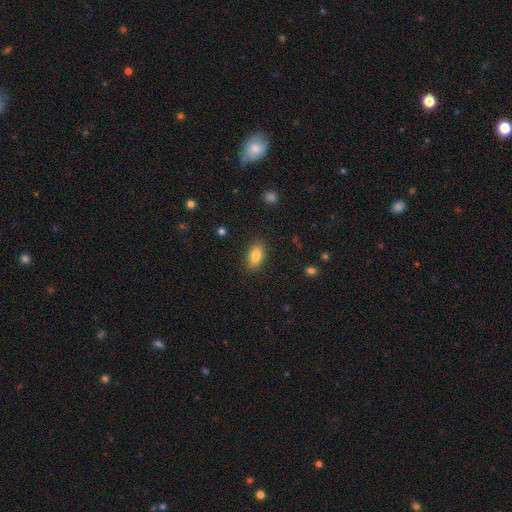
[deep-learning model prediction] smooth-or-featured: smooth: 83% | featured or disk: 9% | star or artifact: 8%
  how-rounded: in between: 88% | cigar-shaped: 7% | round: 6%
  merging: none: 87% | minor disturbance: 9% | major disturbance: 3% | merger: 1%